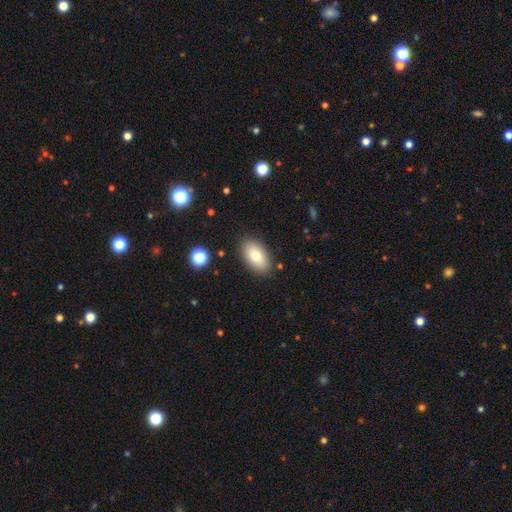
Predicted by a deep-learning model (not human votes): smooth-or-featured: smooth: 76% | featured or disk: 16% | star or artifact: 8%
  how-rounded: in between: 92% | round: 6% | cigar-shaped: 2%
  merging: none: 86% | minor disturbance: 10% | major disturbance: 3% | merger: 2%